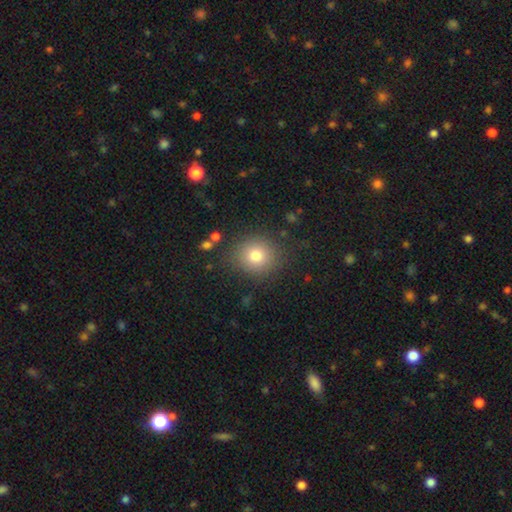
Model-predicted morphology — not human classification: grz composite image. It shows a smooth galaxy with no disk features (78%) that is round (84%). Merging: none (83%).